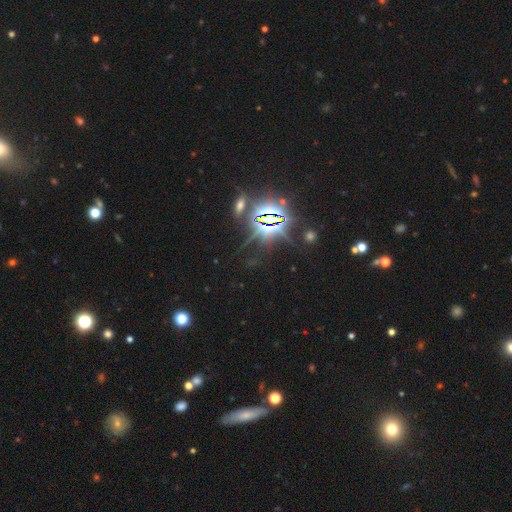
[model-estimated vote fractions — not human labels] Smooth or featured? star or artifact (84%)